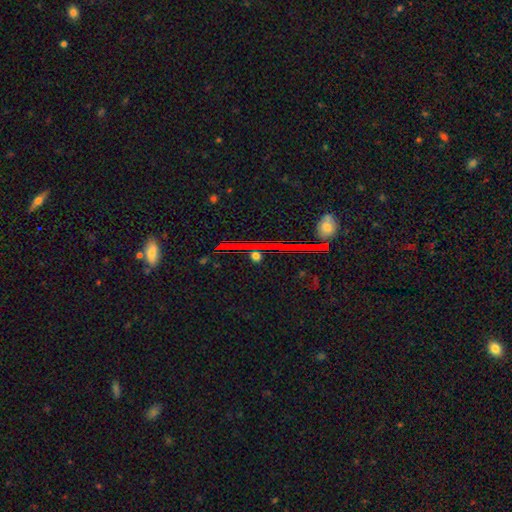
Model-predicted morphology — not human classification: star or artifact 56%, featured or disk 29%, smooth 15%.